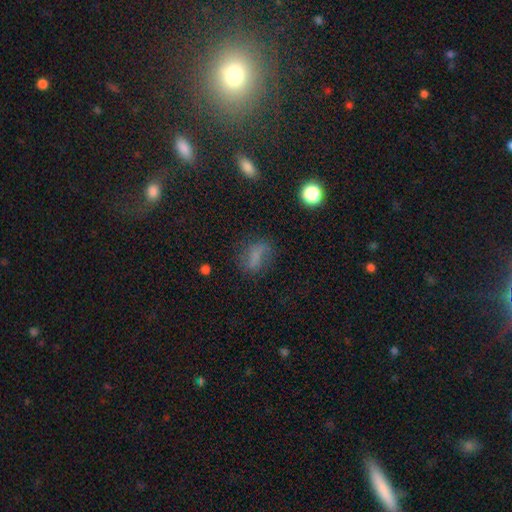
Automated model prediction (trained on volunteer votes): Smooth or featured?
  - smooth: 63% *
  - featured or disk: 20%
  - star or artifact: 17%
How rounded?
  - in between: 69% *
  - round: 18%
  - cigar-shaped: 14%
Merging?
  - none: 61% *
  - minor disturbance: 21%
  - major disturbance: 14%
  - merger: 4%